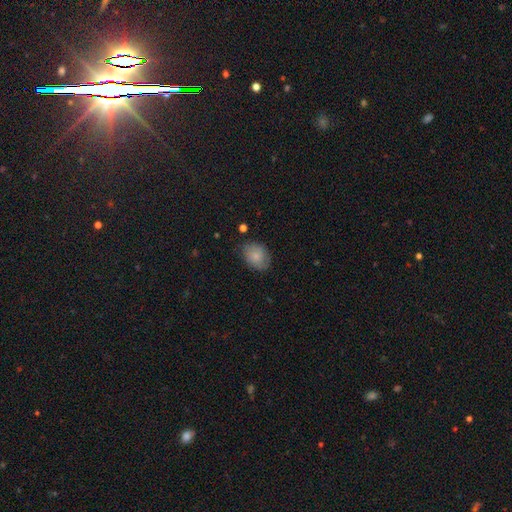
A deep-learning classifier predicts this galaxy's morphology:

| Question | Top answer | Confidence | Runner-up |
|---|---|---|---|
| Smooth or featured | smooth | 81% | featured or disk (12%) |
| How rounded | in between | 64% | round (35%) |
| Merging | none | 73% | minor disturbance (21%) |